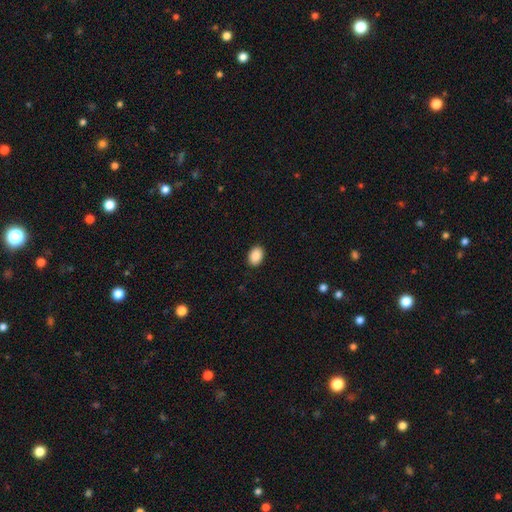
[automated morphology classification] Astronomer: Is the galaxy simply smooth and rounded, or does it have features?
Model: smooth — 90%.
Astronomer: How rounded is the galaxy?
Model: in between — 79%.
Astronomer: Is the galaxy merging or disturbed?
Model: none — 90%.